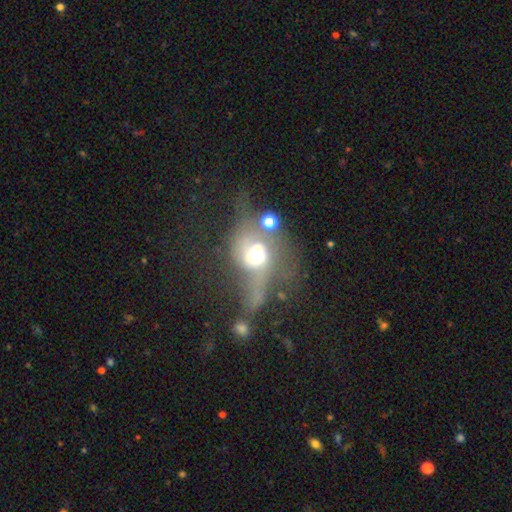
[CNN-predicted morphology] Q: Smooth or featured?
A: featured or disk (44%); runner-up: smooth (39%)
Q: Merging?
A: merger (39%); runner-up: major disturbance (36%)